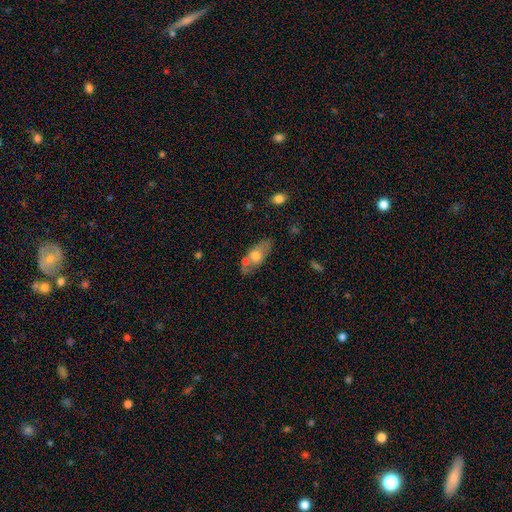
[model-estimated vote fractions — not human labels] A smooth galaxy with no disk features (59%) that is in between round and cigar-shaped (83%). Merging: none (55%).